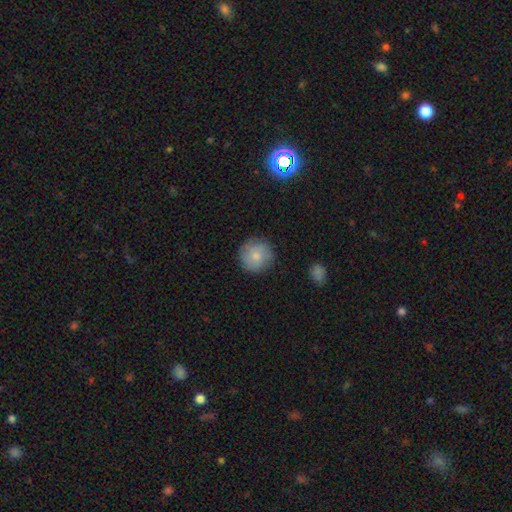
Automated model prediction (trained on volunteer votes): smooth 75%, featured or disk 18%, star or artifact 7%. Down the decision tree: how rounded — round (94%); merging — none (86%).